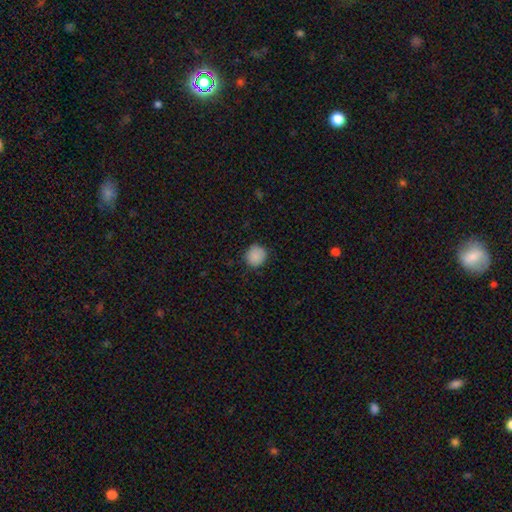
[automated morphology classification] A smooth galaxy with no disk features (88%) that is round (90%). Merging: none (86%).